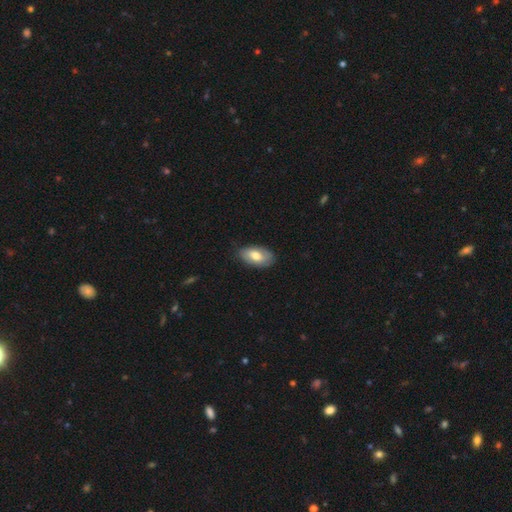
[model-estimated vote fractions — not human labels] A smooth galaxy with no disk features (66%) that is in between round and cigar-shaped (94%). Merging: none (78%).